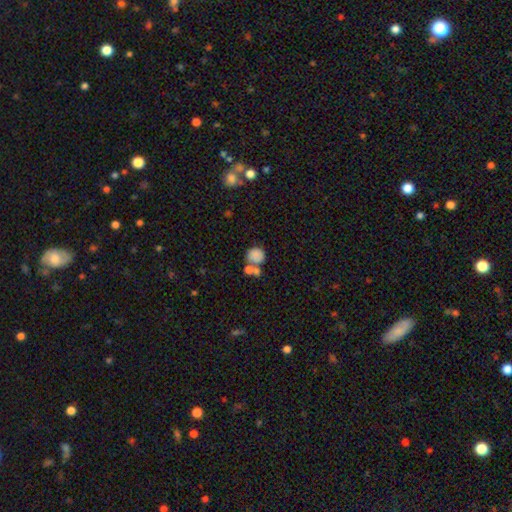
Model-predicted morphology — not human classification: Overall: smooth (80%). How rounded: round (81%). Merging: none (45%; merger 37%).